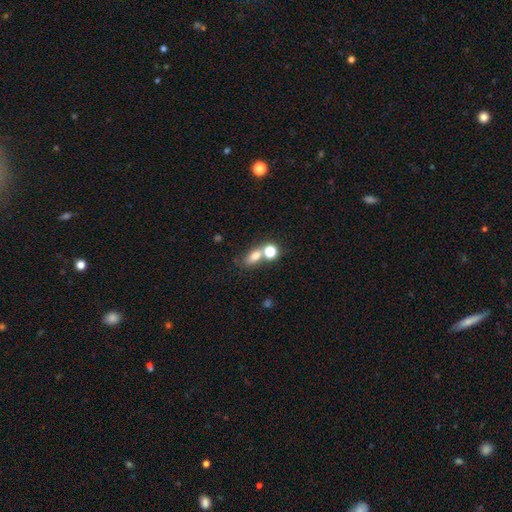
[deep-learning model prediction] Q: Smooth or featured?
A: smooth (72%); runner-up: star or artifact (14%)
Q: How rounded?
A: in between (67%); runner-up: round (26%)
Q: Merging?
A: none (44%); runner-up: merger (41%)